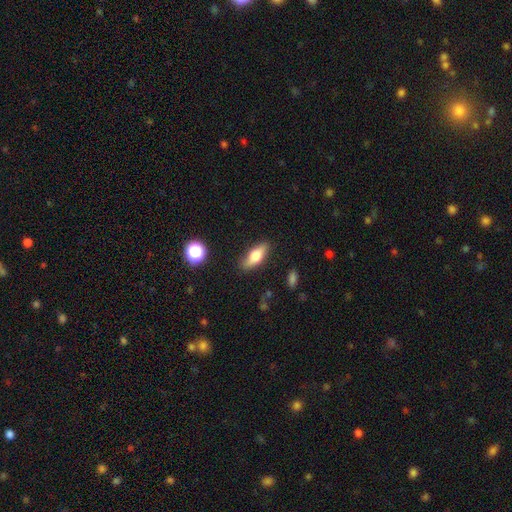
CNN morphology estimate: The model was most divided on "smooth or featured": smooth: 65%, featured or disk: 28%, star or artifact: 8%. More confident: merging — none (83%); how rounded — in between (68%).